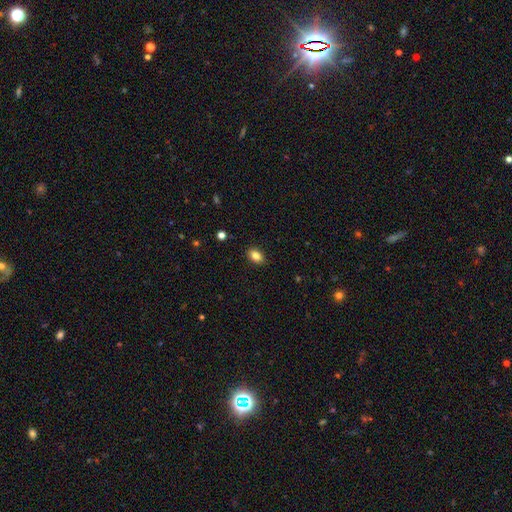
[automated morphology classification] smooth_or_featured: smooth (p=0.84) [alt: star or artifact p=0.09]
how_rounded: in between (p=0.83) [alt: round p=0.15]
merging: none (p=0.88) [alt: minor disturbance p=0.09]